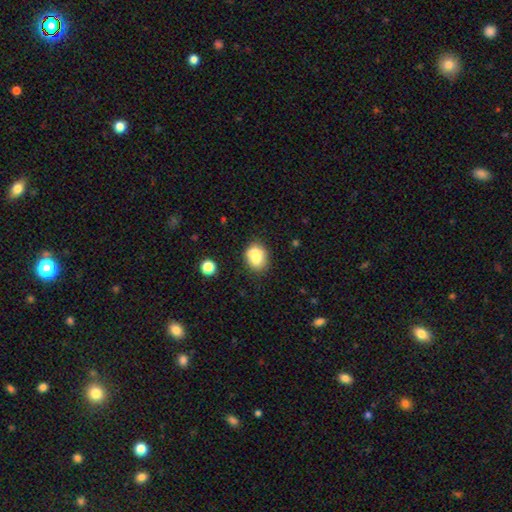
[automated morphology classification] A smooth galaxy with no disk features (73%) that is round (50%). Merging: none (49%).